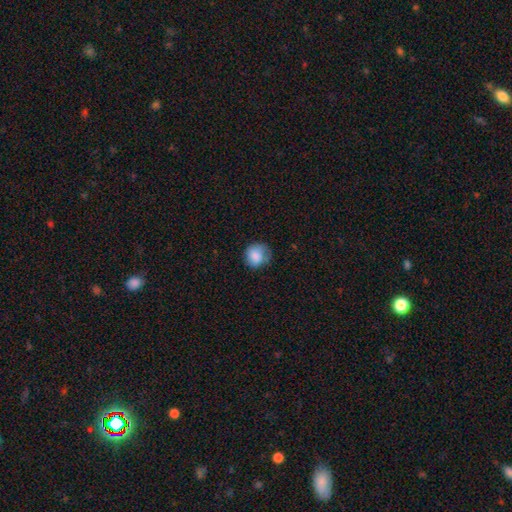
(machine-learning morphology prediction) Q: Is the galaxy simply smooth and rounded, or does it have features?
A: smooth — 82%.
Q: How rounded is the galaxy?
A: round — 78%.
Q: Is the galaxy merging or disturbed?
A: none — 56%.